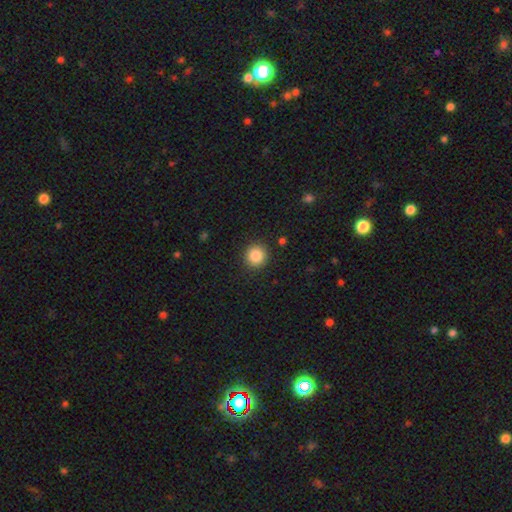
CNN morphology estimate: Smooth or featured: smooth — 86% (star or artifact — 10%)
How rounded: round — 94% (in between — 5%)
Merging: none — 91% (minor disturbance — 6%)